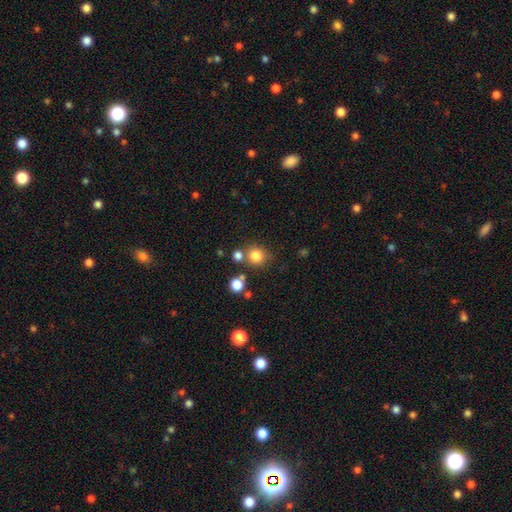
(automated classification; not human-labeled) Q: Smooth or featured?
A: smooth (81%); runner-up: star or artifact (13%)
Q: How rounded?
A: round (88%); runner-up: in between (11%)
Q: Merging?
A: none (73%); runner-up: merger (13%)